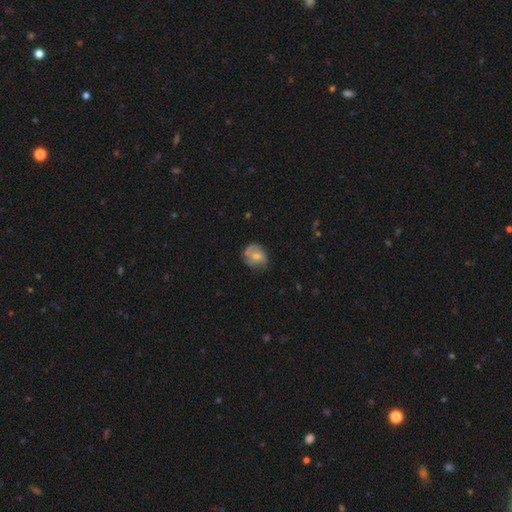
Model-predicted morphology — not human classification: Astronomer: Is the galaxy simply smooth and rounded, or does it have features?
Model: smooth — 51% (runner-up: featured or disk, 41%).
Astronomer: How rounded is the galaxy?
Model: round — 62% (runner-up: in between, 37%).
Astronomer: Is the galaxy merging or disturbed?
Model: none — 54% (runner-up: minor disturbance, 30%).